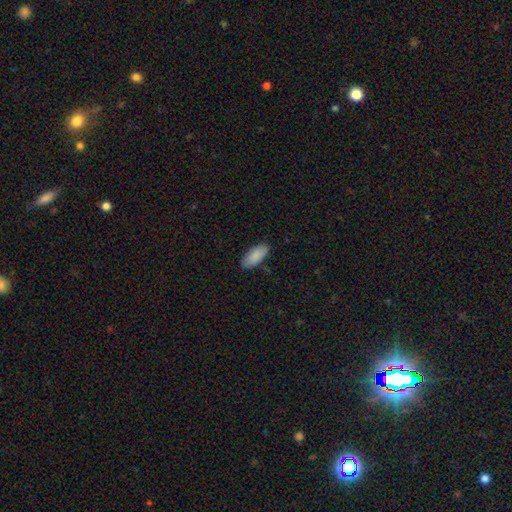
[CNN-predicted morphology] smooth_or_featured: smooth (p=0.88) [alt: featured or disk p=0.06]
how_rounded: in between (p=0.87) [alt: cigar-shaped p=0.11]
merging: none (p=0.85) [alt: minor disturbance p=0.12]